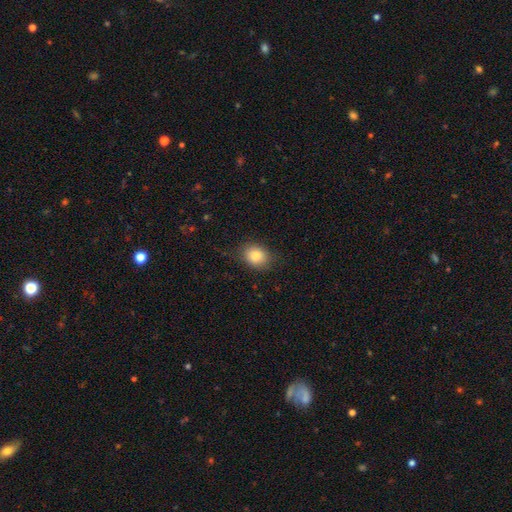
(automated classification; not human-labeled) Q: Smooth or featured?
A: smooth (82%); runner-up: star or artifact (10%)
Q: How rounded?
A: round (53%); runner-up: in between (47%)
Q: Merging?
A: none (83%); runner-up: minor disturbance (12%)